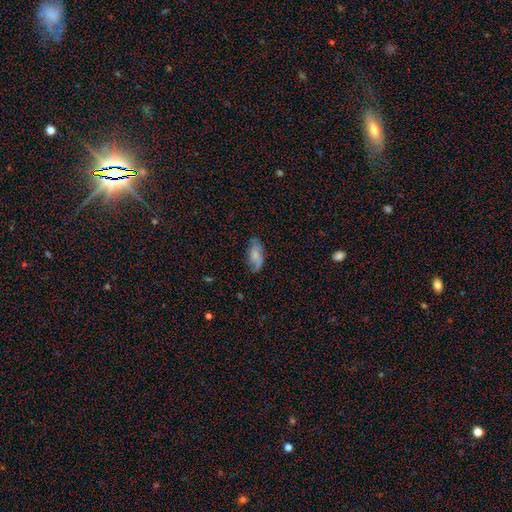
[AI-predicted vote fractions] A smooth galaxy with no disk features (60%) that is in between round and cigar-shaped (88%).

Vote fractions:
- Smooth or featured? smooth: 60% / featured or disk: 32% / star or artifact: 8%
- How rounded? in between: 88% / cigar-shaped: 9% / round: 3%
- Merging? none: 69% / minor disturbance: 23% / major disturbance: 7% / merger: 2%